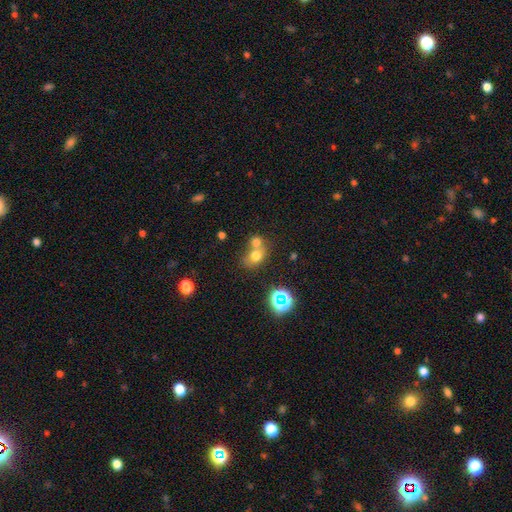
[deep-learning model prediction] This is likely a smooth galaxy (69%). How rounded: likely round (60%). Merging: possibly merger (52%).